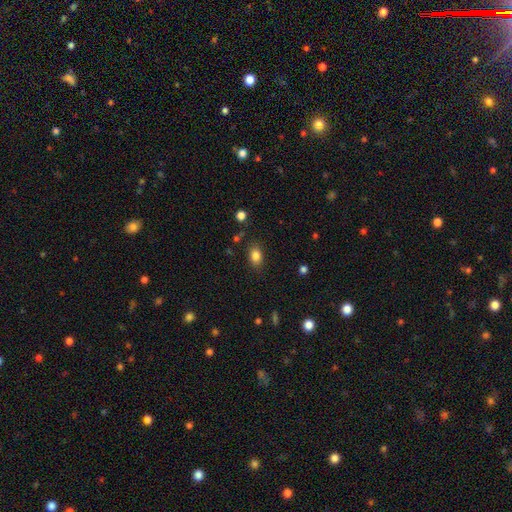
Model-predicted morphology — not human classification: type=smooth (84%); roundness=in between (80%); merging=none (83%).